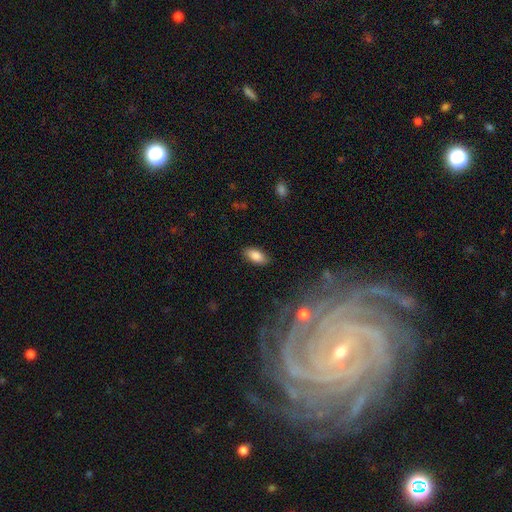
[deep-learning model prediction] smooth_or_featured: smooth (p=0.84) [alt: featured or disk p=0.09]
how_rounded: in between (p=0.89) [alt: cigar-shaped p=0.08]
merging: none (p=0.87) [alt: minor disturbance p=0.09]